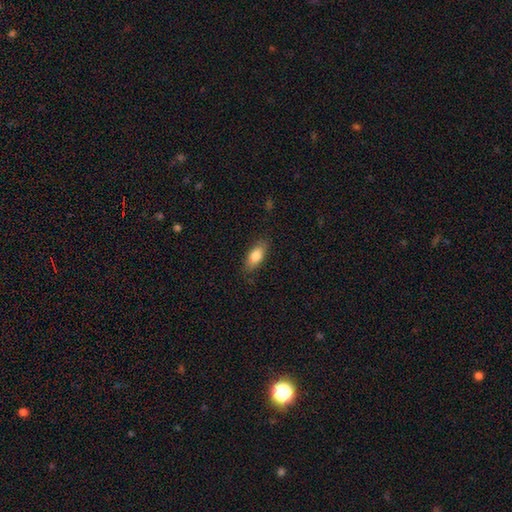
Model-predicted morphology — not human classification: smooth 80%, featured or disk 13%, star or artifact 7%. Down the decision tree: how rounded — in between (82%); merging — none (82%).